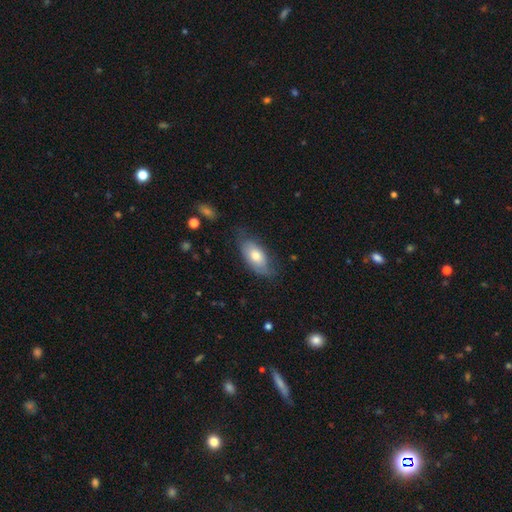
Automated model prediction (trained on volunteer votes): The model was most divided on "merging": none: 62%, minor disturbance: 28%, major disturbance: 9%, merger: 2%. More confident: how rounded — in between (90%); smooth or featured — smooth (68%).